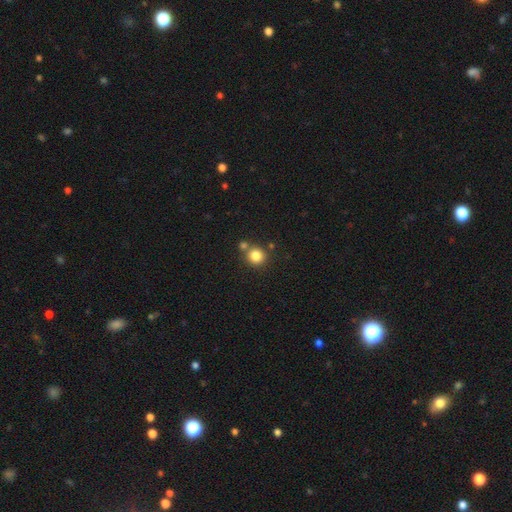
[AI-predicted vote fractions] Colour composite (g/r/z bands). It shows a smooth galaxy with no disk features (83%) that is round (89%). Merging: none (69%).